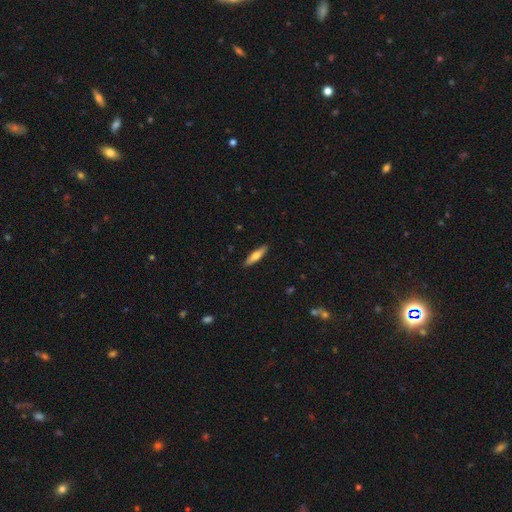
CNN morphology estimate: smooth 65%, featured or disk 29%, star or artifact 6%. Down the decision tree: how rounded — cigar-shaped (73%); merging — none (90%).